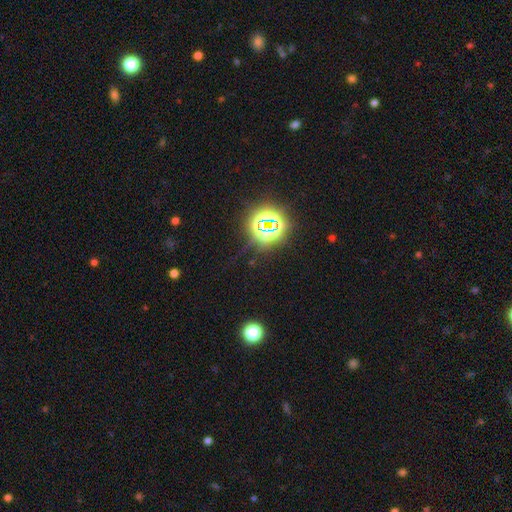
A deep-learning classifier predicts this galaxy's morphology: smooth-or-featured: star or artifact: 74% | smooth: 18% | featured or disk: 8%